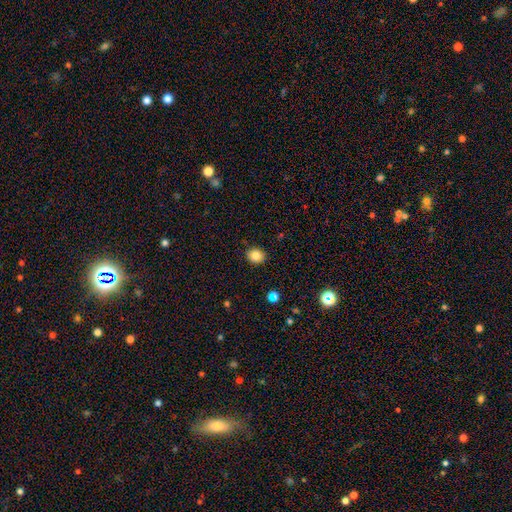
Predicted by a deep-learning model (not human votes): Smooth or featured: smooth — 84% (star or artifact — 11%)
How rounded: round — 69% (in between — 30%)
Merging: none — 89% (minor disturbance — 8%)